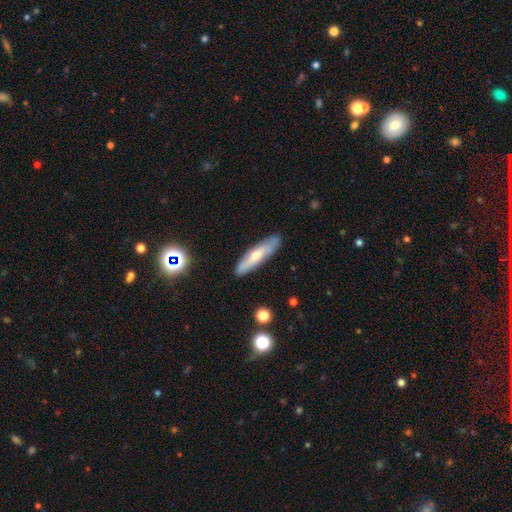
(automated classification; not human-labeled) Overall: smooth (50%; featured or disk 43%). Merging: none (85%).